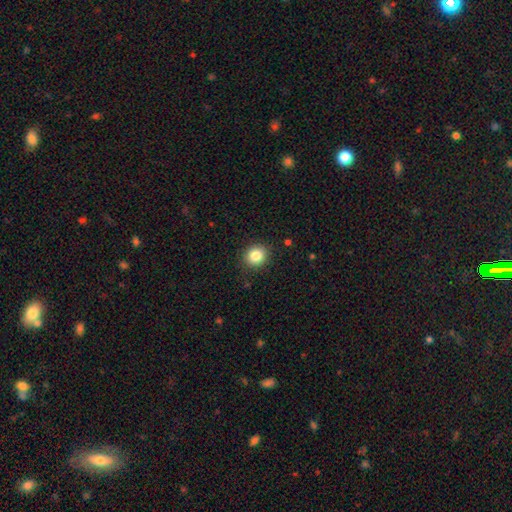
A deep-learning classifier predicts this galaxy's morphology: Overall: smooth (84%). How rounded: round (84%). Merging: none (89%).